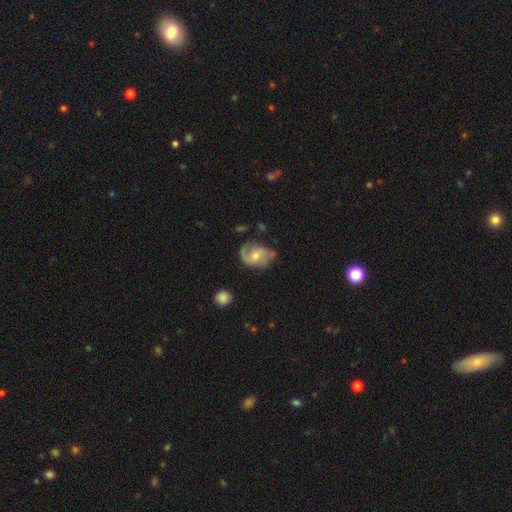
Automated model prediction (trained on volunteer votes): smooth_or_featured: featured or disk (p=0.68) [alt: smooth p=0.25]
disk_edge_on: no (p=0.97) [alt: yes p=0.03]
bar: no (p=0.58) [alt: weak p=0.36]
has_spiral_arms: yes (p=0.89) [alt: no p=0.11]
spiral_winding: medium (p=0.44) [alt: loose p=0.33]
spiral_arm_count: 2 (p=0.61) [alt: 1 p=0.24]
bulge_size: small (p=0.47) [alt: moderate p=0.46]
merging: none (p=0.52) [alt: minor disturbance p=0.27]